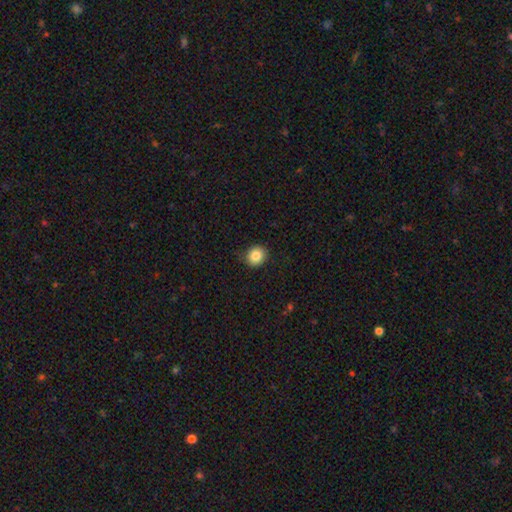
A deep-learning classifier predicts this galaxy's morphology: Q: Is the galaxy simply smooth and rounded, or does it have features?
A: smooth — 84%.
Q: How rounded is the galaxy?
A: round — 84%.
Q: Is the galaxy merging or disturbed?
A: none — 86%.